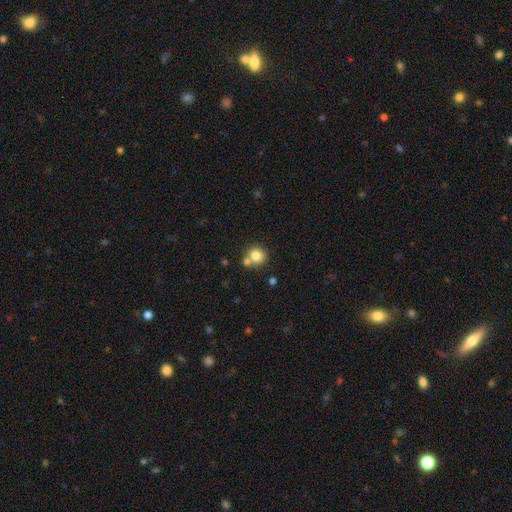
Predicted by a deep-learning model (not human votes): Smooth or featured: smooth — 80% (star or artifact — 10%)
How rounded: round — 85% (in between — 14%)
Merging: none — 60% (merger — 27%)